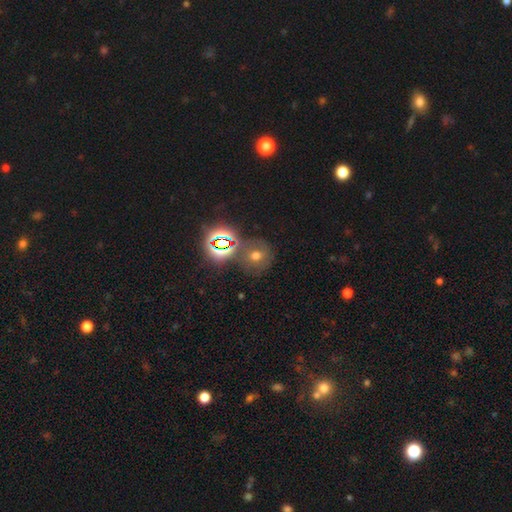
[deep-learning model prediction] A smooth galaxy with no disk features (52%) that is round (84%). Merging: none (66%).